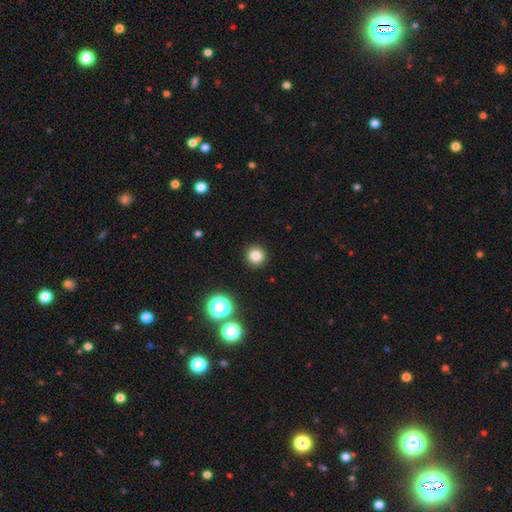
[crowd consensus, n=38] Volunteers were most divided on "smooth or featured": smooth: 87%, star or artifact: 11%, featured or disk: 3%. More confident: how rounded — round (97%); merging — none (85%).